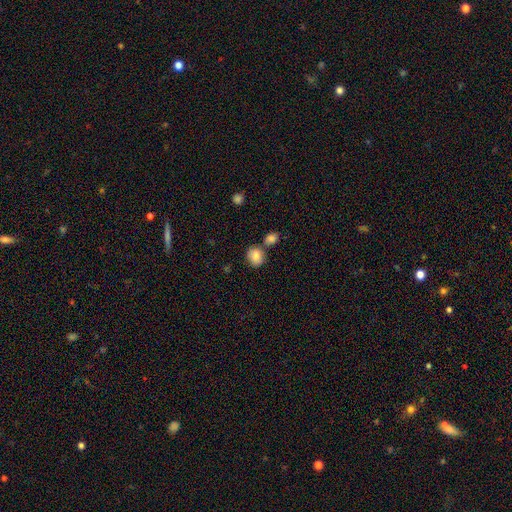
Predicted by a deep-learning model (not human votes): This is clearly a smooth galaxy (83%). How rounded: likely round (67%). Merging: likely none (65%).